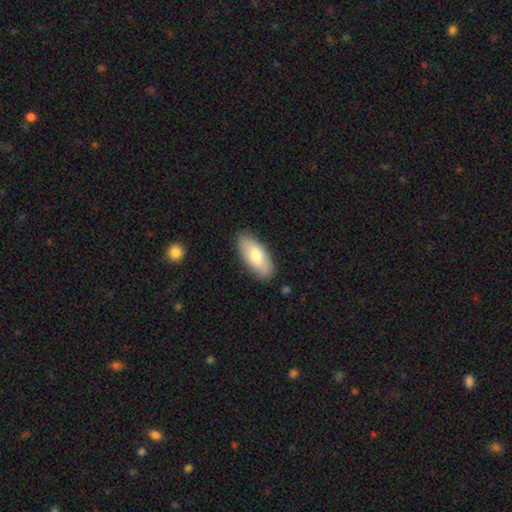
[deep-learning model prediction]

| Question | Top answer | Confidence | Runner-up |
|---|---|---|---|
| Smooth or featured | smooth | 74% | featured or disk (21%) |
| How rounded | in between | 87% | cigar-shaped (11%) |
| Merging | none | 84% | minor disturbance (12%) |